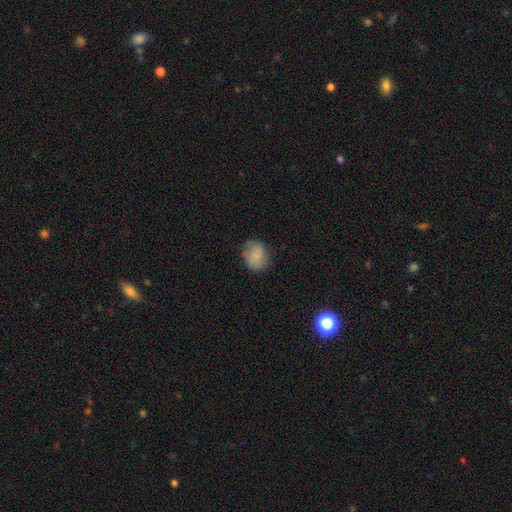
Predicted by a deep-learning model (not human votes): Overall: smooth (80%). How rounded: round (53%; in between 46%). Merging: none (76%).